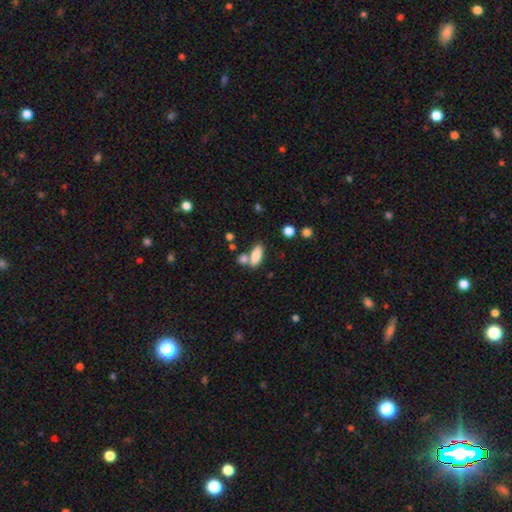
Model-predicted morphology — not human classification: Smooth or featured: smooth — 82% (featured or disk — 11%)
How rounded: in between — 74% (cigar-shaped — 23%)
Merging: none — 55% (merger — 29%)